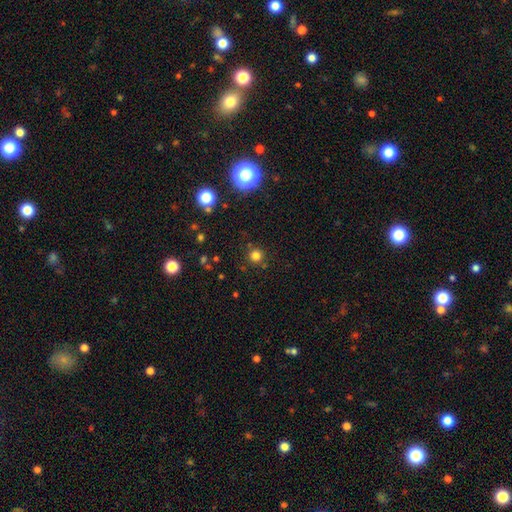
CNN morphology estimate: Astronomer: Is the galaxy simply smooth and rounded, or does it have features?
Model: smooth — 77%.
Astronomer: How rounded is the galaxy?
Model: round — 94%.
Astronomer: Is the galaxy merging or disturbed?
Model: none — 86%.